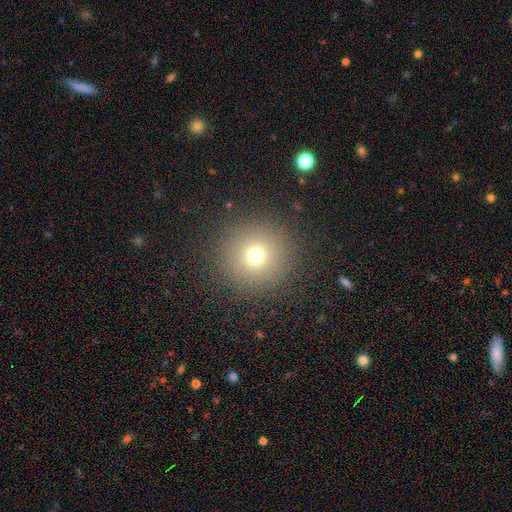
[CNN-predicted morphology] smooth-or-featured: smooth: 71% | star or artifact: 19% | featured or disk: 10%
  how-rounded: round: 96% | in between: 3% | cigar-shaped: 1%
  merging: none: 90% | minor disturbance: 6% | major disturbance: 3% | merger: 1%